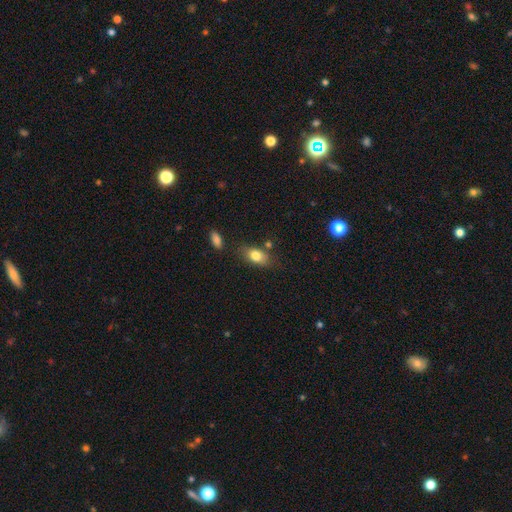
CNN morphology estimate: Smooth or featured? Predicted: smooth (p=0.79). How rounded? Predicted: in between (p=0.84). Merging? Predicted: none (p=0.71).